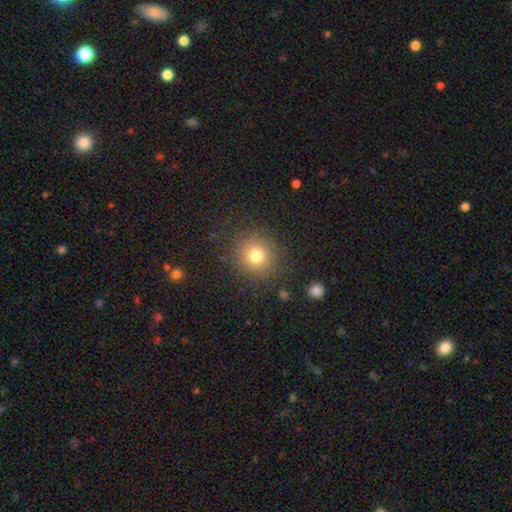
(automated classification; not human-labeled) This is likely a smooth galaxy (76%). How rounded: clearly round (91%). Merging: clearly none (85%).